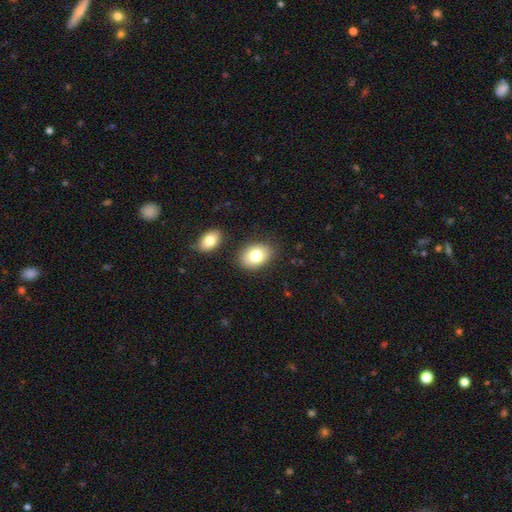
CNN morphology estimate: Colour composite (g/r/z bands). It shows a smooth galaxy with no disk features (78%) that is in between round and cigar-shaped (79%). Merging: none (81%).